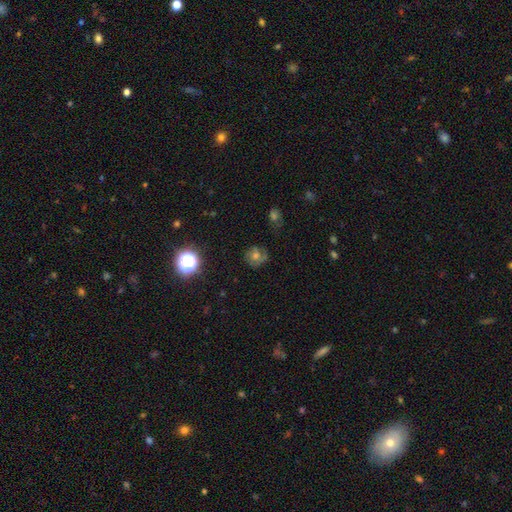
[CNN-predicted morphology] This appears to be a smooth galaxy with no disk features (40%, tied with featured or disk). Merging: none (69%).